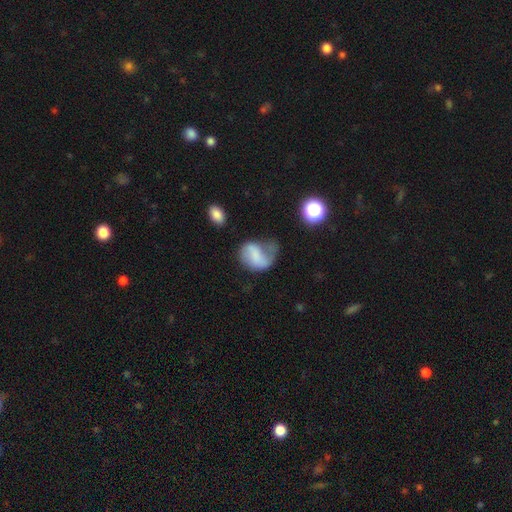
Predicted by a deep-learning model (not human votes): The model was most divided on "smooth or featured": smooth: 50%, featured or disk: 40%, star or artifact: 9%. Remaining: how rounded — in between (62%); merging — major disturbance (38%).